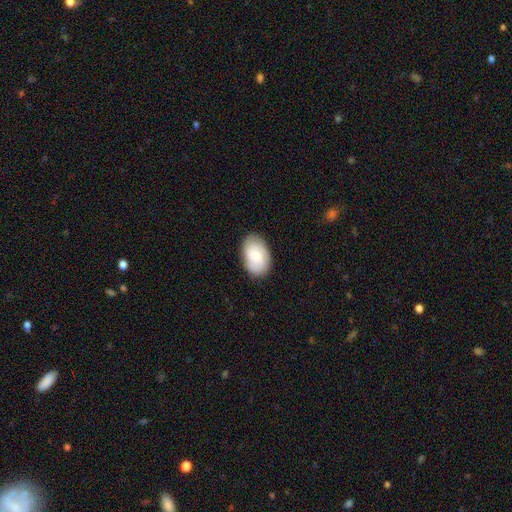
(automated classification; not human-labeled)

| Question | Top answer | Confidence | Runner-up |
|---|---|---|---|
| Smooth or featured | smooth | 60% | featured or disk (33%) |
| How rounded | in between | 89% | round (10%) |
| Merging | none | 83% | minor disturbance (13%) |